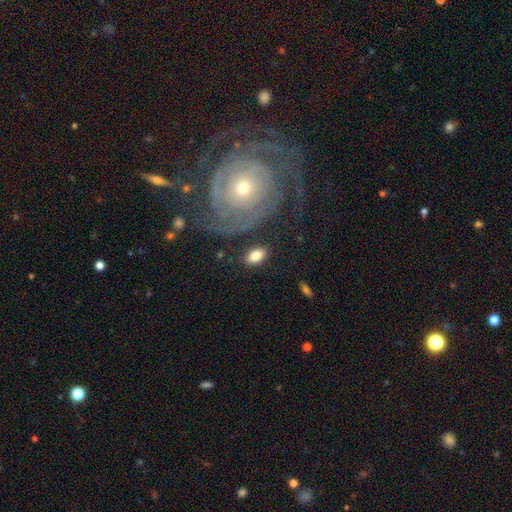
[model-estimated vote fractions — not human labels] This appears to be a smooth galaxy with no disk features (82%) that is in between round and cigar-shaped (89%). Merging: none (81%).